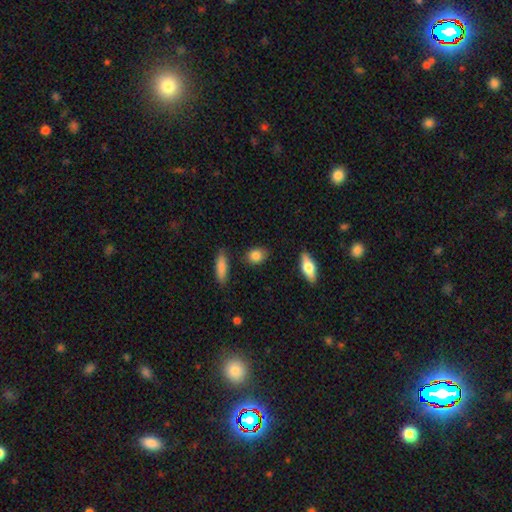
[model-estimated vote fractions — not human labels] This is clearly a smooth galaxy (85%). How rounded: possibly in between (57%). Merging: clearly none (84%).